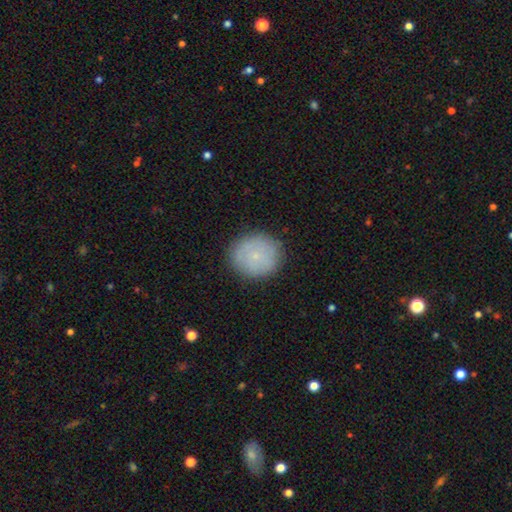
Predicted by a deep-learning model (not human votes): The model was most divided on "smooth or featured": smooth: 72%, featured or disk: 20%, star or artifact: 8%. More confident: merging — none (85%); how rounded — round (84%).